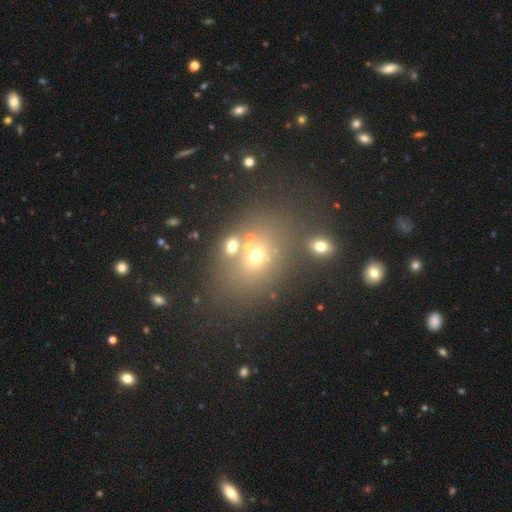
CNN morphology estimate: The model was most divided on "how rounded": in between: 55%, round: 44%, cigar-shaped: 1%. More confident: merging — none (60%); smooth or featured — smooth (56%).